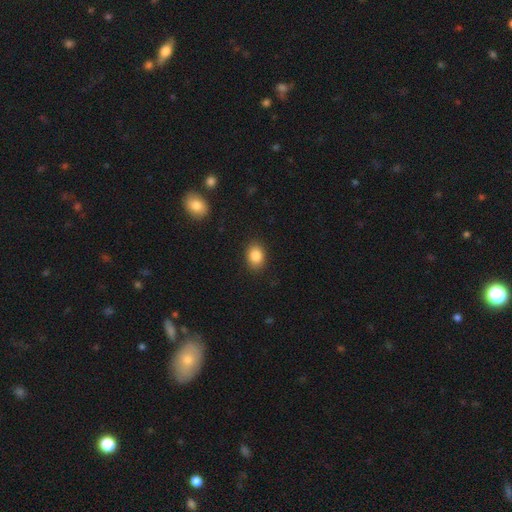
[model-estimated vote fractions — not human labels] The model was most divided on "how rounded": in between: 70%, round: 29%, cigar-shaped: 1%. More confident: merging — none (88%); smooth or featured — smooth (86%).